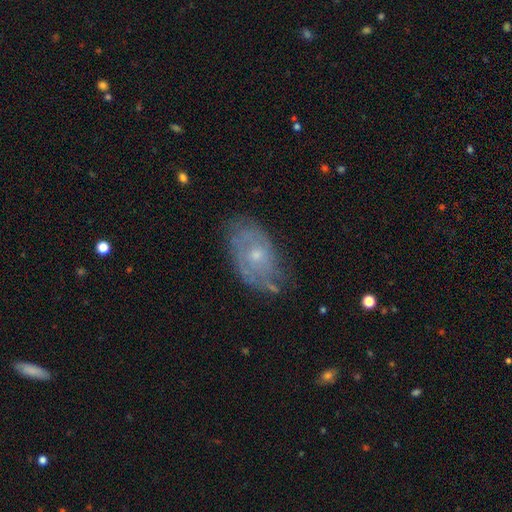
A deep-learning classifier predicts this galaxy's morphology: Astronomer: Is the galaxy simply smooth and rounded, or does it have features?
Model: featured or disk — 66%.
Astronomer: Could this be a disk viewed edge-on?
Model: no — 94%.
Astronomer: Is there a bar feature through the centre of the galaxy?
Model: no — 81%.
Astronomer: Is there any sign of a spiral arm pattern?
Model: yes — 71%.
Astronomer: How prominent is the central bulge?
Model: small — 58% (runner-up: moderate, 38%).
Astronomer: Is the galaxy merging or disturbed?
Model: none — 64%.